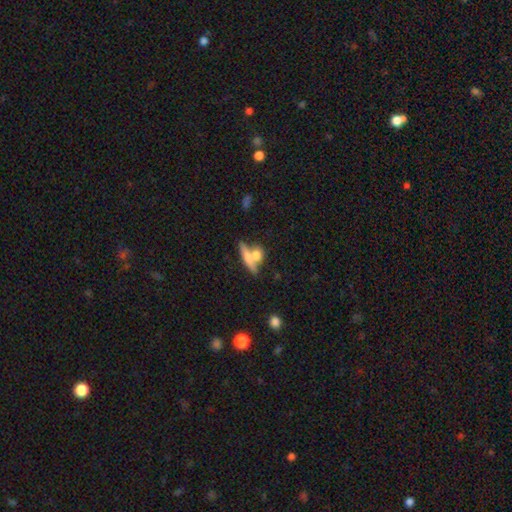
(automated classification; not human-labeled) Q: Smooth or featured?
A: smooth (61%); runner-up: featured or disk (30%)
Q: How rounded?
A: cigar-shaped (53%); runner-up: in between (32%)
Q: Merging?
A: merger (45%); runner-up: none (41%)